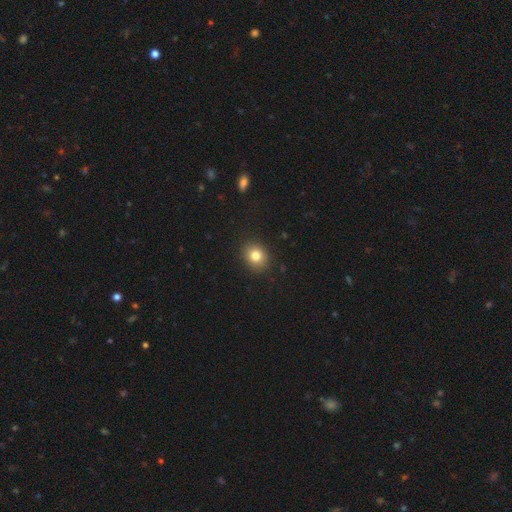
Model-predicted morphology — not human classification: A smooth galaxy with no disk features (81%) that is round (62%).

Vote fractions:
- Smooth or featured? smooth: 81% / star or artifact: 11% / featured or disk: 8%
- How rounded? round: 62% / in between: 37% / cigar-shaped: 1%
- Merging? none: 90% / minor disturbance: 7% / major disturbance: 2% / merger: 1%